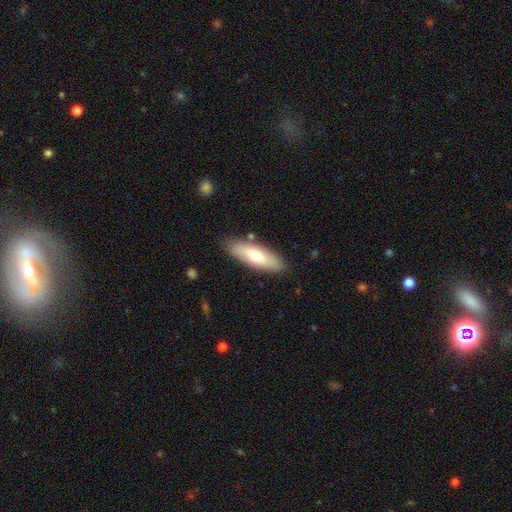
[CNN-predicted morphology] Smooth or featured?
  - smooth: 65% *
  - featured or disk: 30%
  - star or artifact: 6%
How rounded?
  - in between: 59% *
  - cigar-shaped: 39%
  - round: 2%
Merging?
  - none: 86% *
  - minor disturbance: 10%
  - merger: 2%
  - major disturbance: 2%